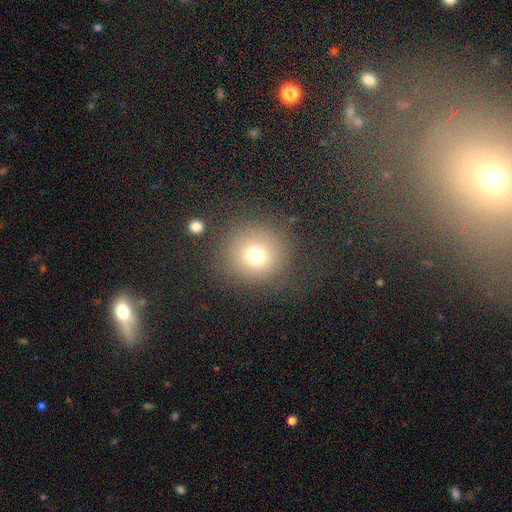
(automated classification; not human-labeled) Smooth or featured? Predicted: smooth (p=0.72). How rounded? Predicted: round (p=0.93). Merging? Predicted: none (p=0.84).